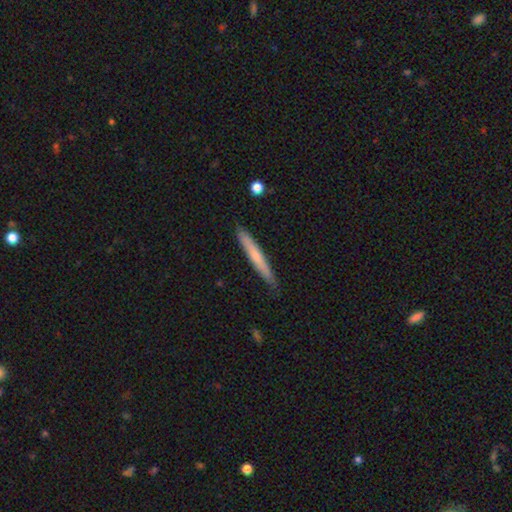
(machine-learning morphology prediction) type=smooth (55%); roundness=cigar-shaped (96%); merging=none (86%).